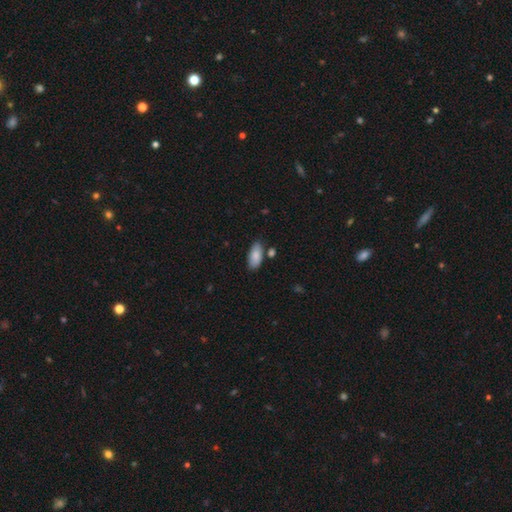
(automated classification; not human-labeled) A smooth galaxy with no disk features (87%) that is in between round and cigar-shaped (89%).

Vote fractions:
- Smooth or featured? smooth: 87% / featured or disk: 7% / star or artifact: 6%
- How rounded? in between: 89% / cigar-shaped: 9% / round: 2%
- Merging? none: 76% / minor disturbance: 15% / merger: 7% / major disturbance: 3%